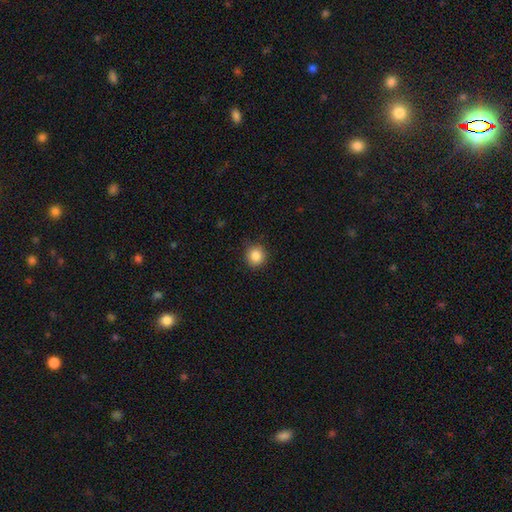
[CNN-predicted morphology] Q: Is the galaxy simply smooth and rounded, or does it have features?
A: smooth — 86%.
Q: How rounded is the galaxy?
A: round — 92%.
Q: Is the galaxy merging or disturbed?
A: none — 88%.